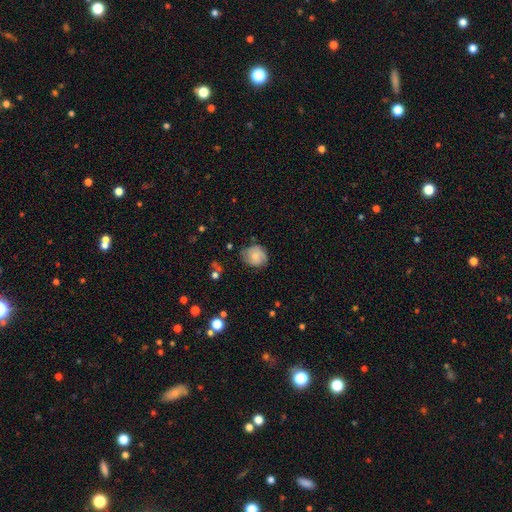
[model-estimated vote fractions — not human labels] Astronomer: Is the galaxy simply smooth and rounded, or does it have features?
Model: smooth — 54% (runner-up: featured or disk, 38%).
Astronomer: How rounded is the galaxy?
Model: round — 67%.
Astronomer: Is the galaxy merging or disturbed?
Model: none — 67%.